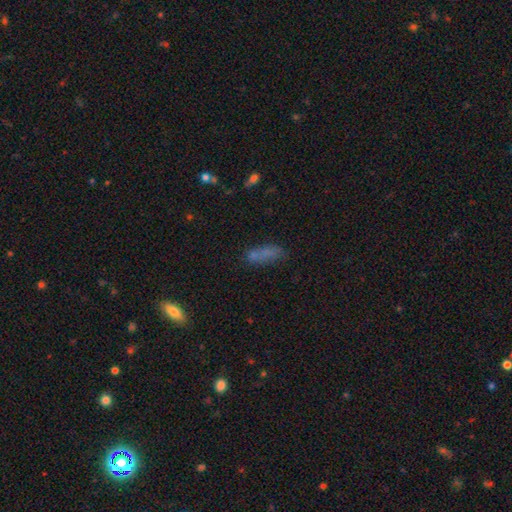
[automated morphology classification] A smooth galaxy with no disk features (68%) that is in between round and cigar-shaped (54%).

Vote fractions:
- Smooth or featured? smooth: 68% / star or artifact: 17% / featured or disk: 15%
- How rounded? in between: 54% / cigar-shaped: 41% / round: 5%
- Merging? none: 58% / minor disturbance: 19% / merger: 13% / major disturbance: 10%